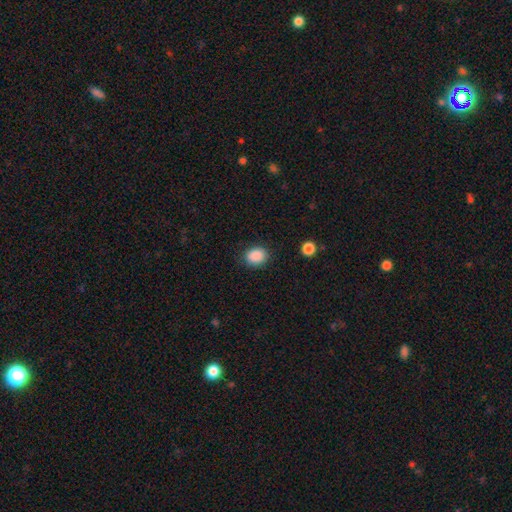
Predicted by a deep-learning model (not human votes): Smooth or featured: smooth — 88% (star or artifact — 9%)
How rounded: round — 53% (in between — 46%)
Merging: none — 85% (minor disturbance — 10%)